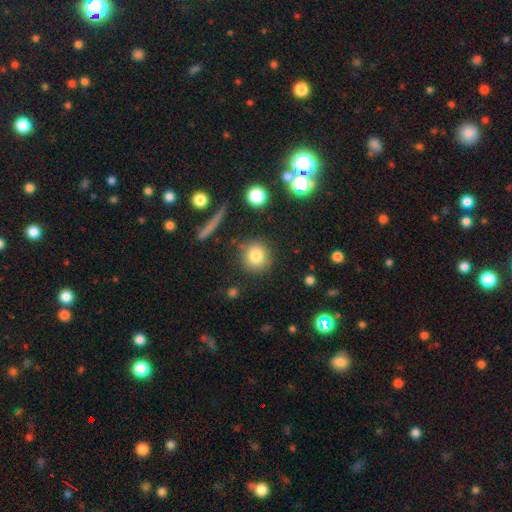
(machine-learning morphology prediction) Q: Smooth or featured?
A: smooth (82%); runner-up: star or artifact (10%)
Q: How rounded?
A: round (88%); runner-up: in between (10%)
Q: Merging?
A: none (84%); runner-up: minor disturbance (9%)